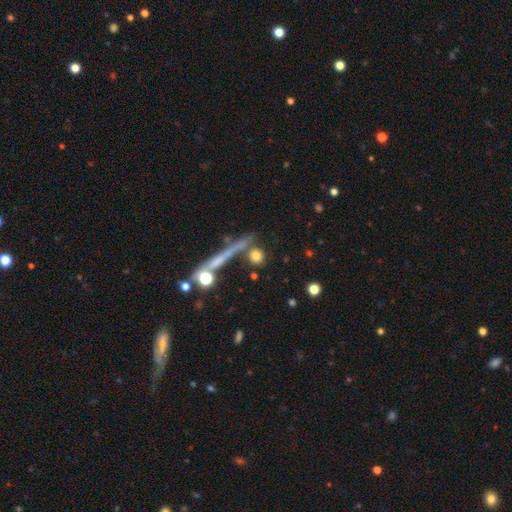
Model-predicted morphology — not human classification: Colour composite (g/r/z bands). It shows a smooth galaxy with no disk features (73%) that is round (76%). Merging: none (70%).